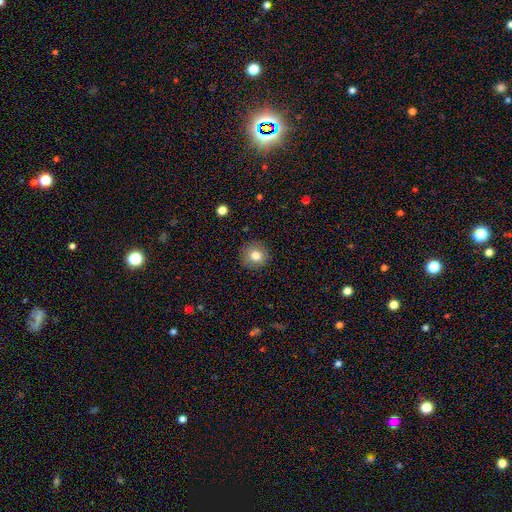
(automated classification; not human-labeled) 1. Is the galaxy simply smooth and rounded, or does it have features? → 80% smooth, 10% star or artifact, 9% featured or disk.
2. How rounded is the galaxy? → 91% round, 8% in between, 1% cigar-shaped.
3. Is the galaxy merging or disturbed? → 88% none, 9% minor disturbance, 3% major disturbance, 1% merger.